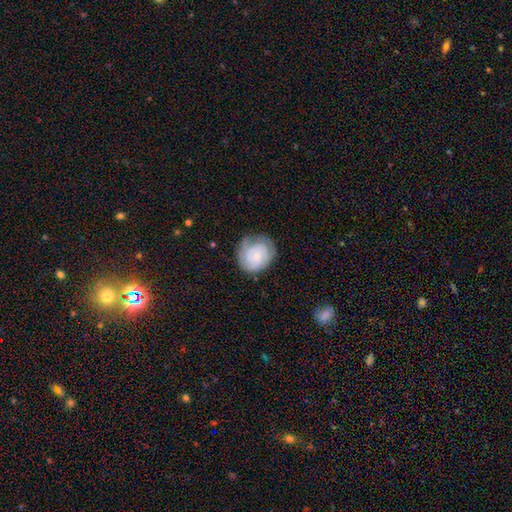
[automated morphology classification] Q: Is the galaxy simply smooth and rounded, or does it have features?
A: smooth — 48%.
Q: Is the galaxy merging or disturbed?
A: none — 59%.